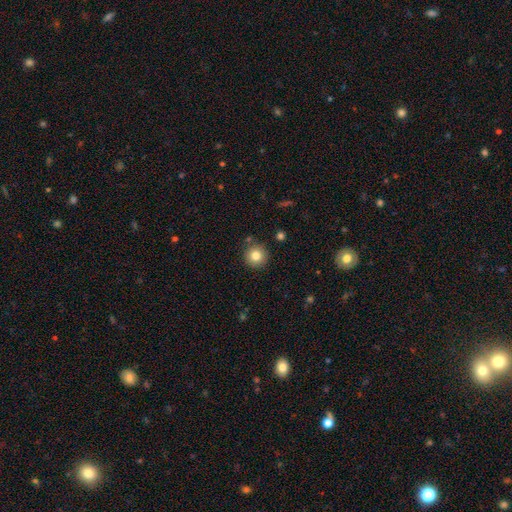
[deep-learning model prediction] The model was most divided on "smooth or featured": smooth: 81%, star or artifact: 11%, featured or disk: 8%. More confident: how rounded — round (95%); merging — none (87%).